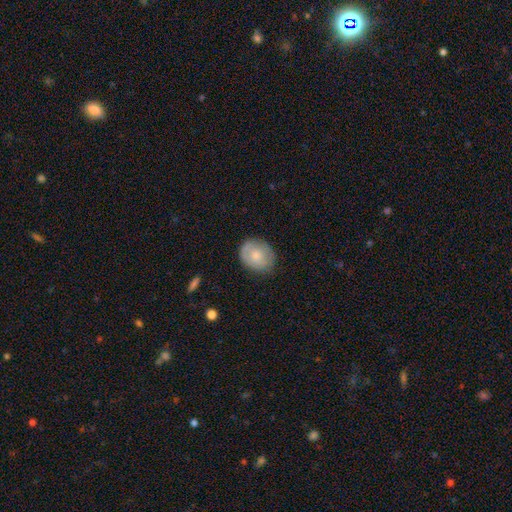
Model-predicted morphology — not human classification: A smooth galaxy with no disk features (69%) that is round (53%).

Vote fractions:
- Smooth or featured? smooth: 69% / featured or disk: 24% / star or artifact: 7%
- How rounded? round: 53% / in between: 46% / cigar-shaped: 1%
- Merging? none: 77% / minor disturbance: 18% / major disturbance: 4% / merger: 1%